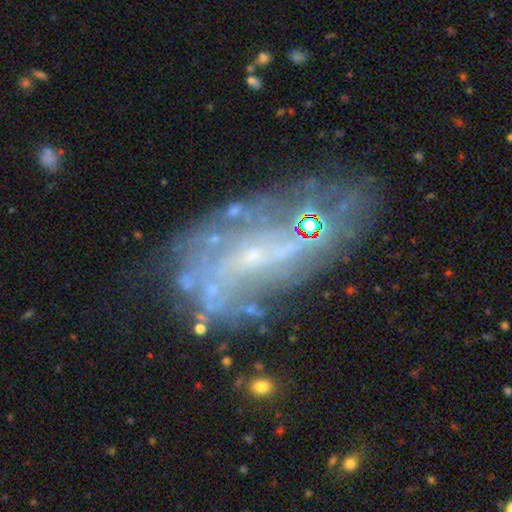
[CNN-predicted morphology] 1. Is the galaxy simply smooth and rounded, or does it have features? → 70% featured or disk, 17% smooth, 12% star or artifact.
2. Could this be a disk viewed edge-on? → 92% no, 8% yes.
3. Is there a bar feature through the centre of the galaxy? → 58% no, 31% weak, 11% strong.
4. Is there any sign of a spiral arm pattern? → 52% yes, 48% no.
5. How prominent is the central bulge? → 64% small, 24% none, 10% moderate, 1% large, 1% dominant.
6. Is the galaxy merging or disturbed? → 53% none, 21% minor disturbance, 18% major disturbance, 8% merger.